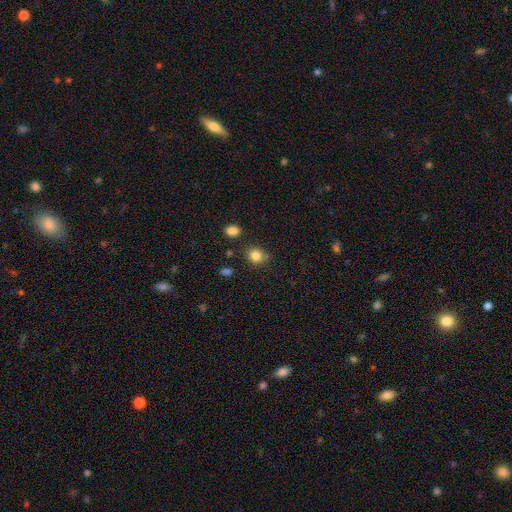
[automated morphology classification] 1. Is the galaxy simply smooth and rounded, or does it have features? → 84% smooth, 11% star or artifact, 6% featured or disk.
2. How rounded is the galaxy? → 73% round, 26% in between, 1% cigar-shaped.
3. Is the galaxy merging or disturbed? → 77% none, 15% minor disturbance, 4% merger, 4% major disturbance.